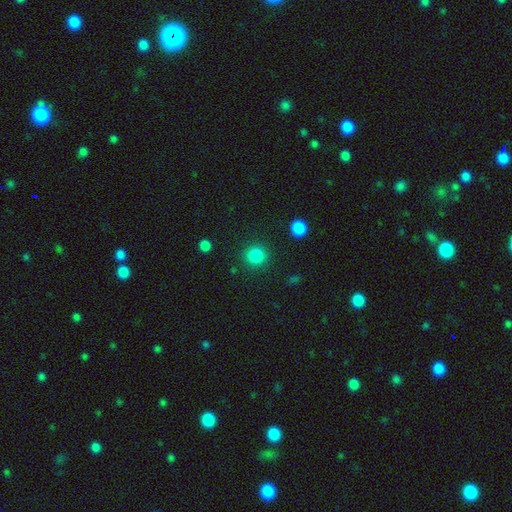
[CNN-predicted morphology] Q: Smooth or featured?
A: smooth (85%); runner-up: star or artifact (11%)
Q: How rounded?
A: round (93%); runner-up: in between (6%)
Q: Merging?
A: none (90%); runner-up: minor disturbance (6%)